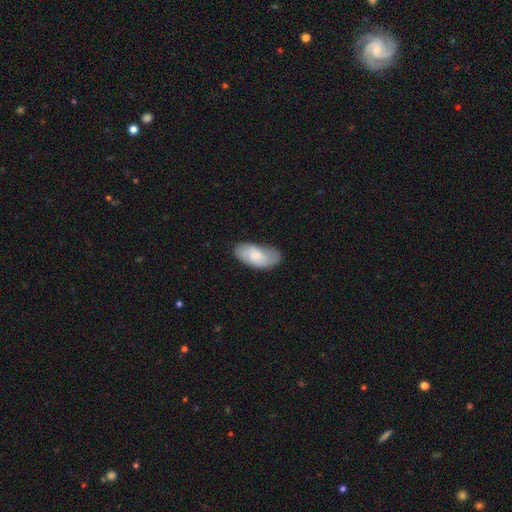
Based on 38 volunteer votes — A smooth galaxy with no disk features (63%) that is in between round and cigar-shaped (100%). Merging: none (57%).